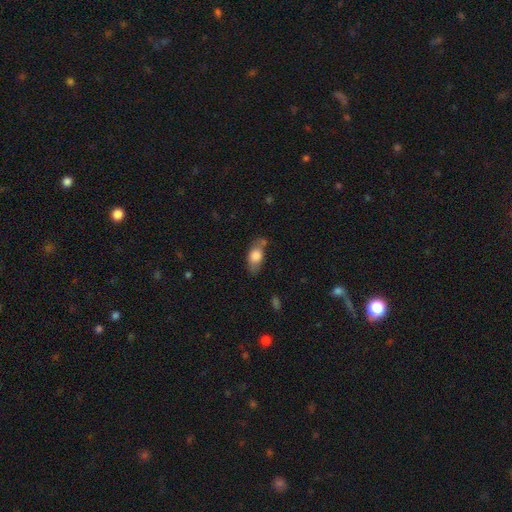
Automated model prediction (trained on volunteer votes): Smooth or featured: smooth — 76% (featured or disk — 17%)
How rounded: in between — 86% (cigar-shaped — 7%)
Merging: none — 54% (minor disturbance — 28%)